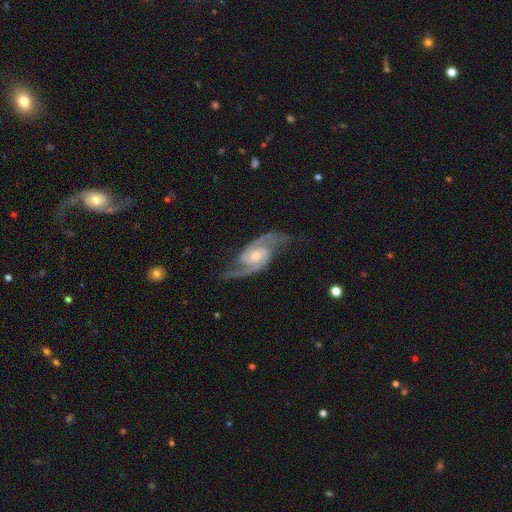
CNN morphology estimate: Smooth or featured? featured or disk (92%)
Edge-on disk? no (96%)
Bar? no (46%)
Spiral arms? yes (98%)
Spiral winding? medium (58%)
Spiral arm count? 2 (93%)
Bulge size? small (48%)
Merging? none (77%)